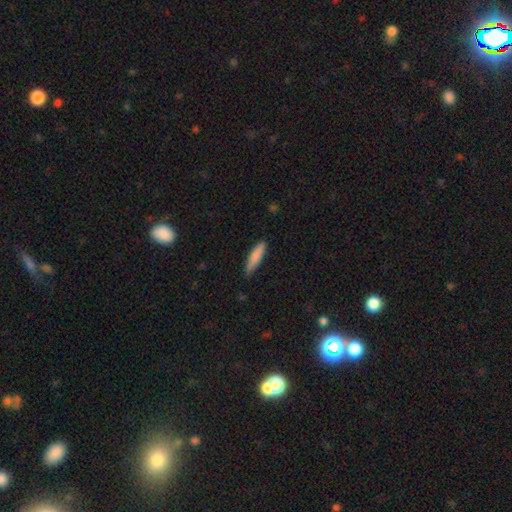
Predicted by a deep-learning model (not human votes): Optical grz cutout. It shows a smooth galaxy with no disk features (84%) that is cigar-shaped (77%). Merging: none (79%).